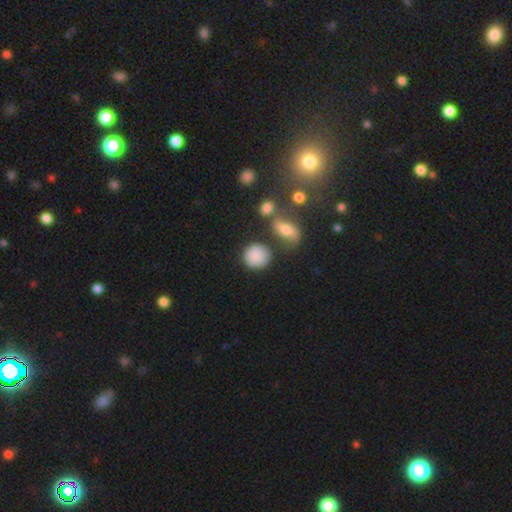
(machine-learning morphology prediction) type=smooth (82%); roundness=round (83%); merging=none (69%).